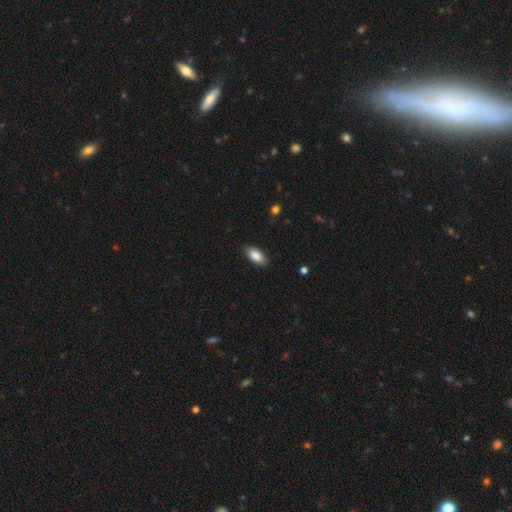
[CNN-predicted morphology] smooth-or-featured: smooth: 87% | featured or disk: 7% | star or artifact: 7%
  how-rounded: in between: 90% | cigar-shaped: 7% | round: 3%
  merging: none: 86% | minor disturbance: 11% | major disturbance: 2% | merger: 1%